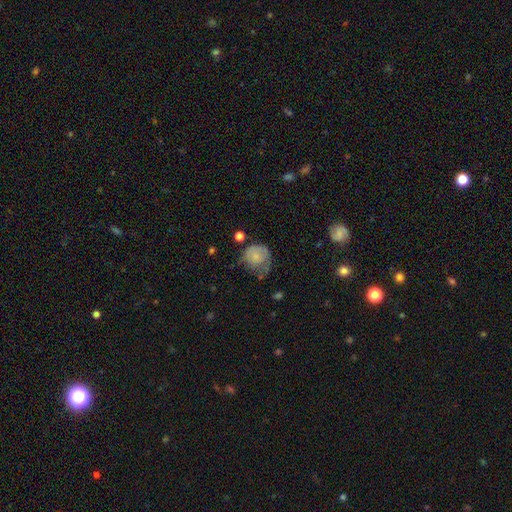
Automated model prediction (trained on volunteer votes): Smooth or featured: smooth — 65% (featured or disk — 27%)
How rounded: round — 77% (in between — 22%)
Merging: minor disturbance — 35% (none — 34%)